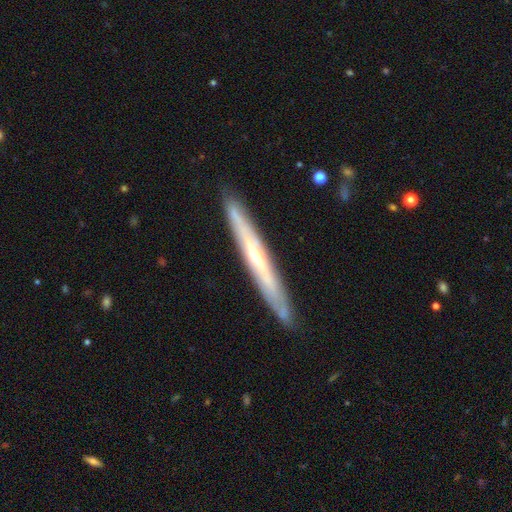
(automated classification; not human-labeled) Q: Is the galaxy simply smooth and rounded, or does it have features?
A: featured or disk — 67%.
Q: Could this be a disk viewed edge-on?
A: yes — 90%.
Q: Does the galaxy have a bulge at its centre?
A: rounded — 57%.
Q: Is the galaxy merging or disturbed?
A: none — 87%.